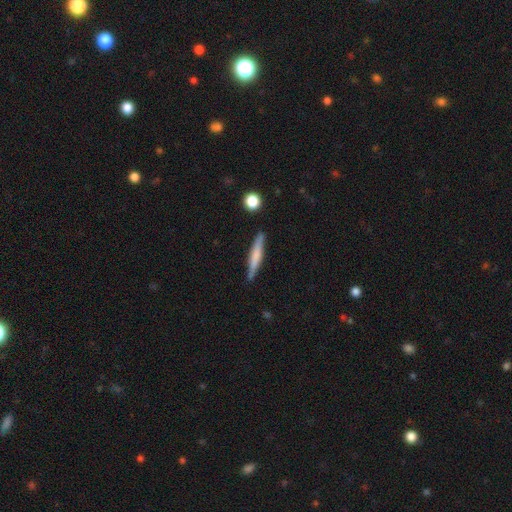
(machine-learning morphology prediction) A smooth galaxy with no disk features (55%) that is cigar-shaped (92%). Merging: none (84%).